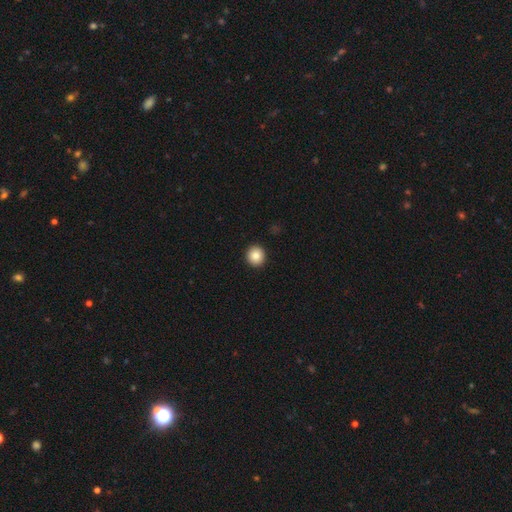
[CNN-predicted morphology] This appears to be a smooth galaxy with no disk features (86%) that is round (92%). Merging: none (93%).